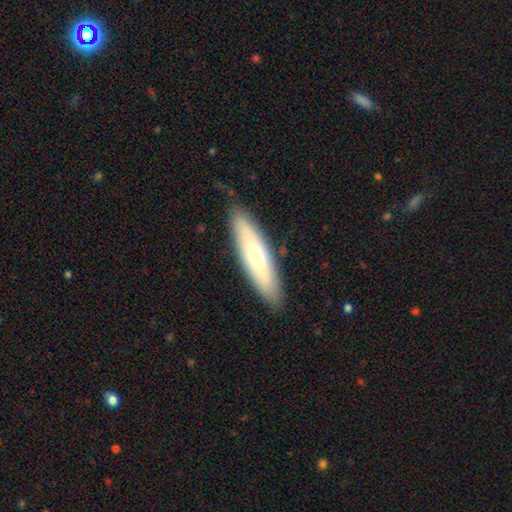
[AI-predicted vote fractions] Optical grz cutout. It shows a smooth galaxy with no disk features (55%) that is cigar-shaped (68%). Merging: none (88%).